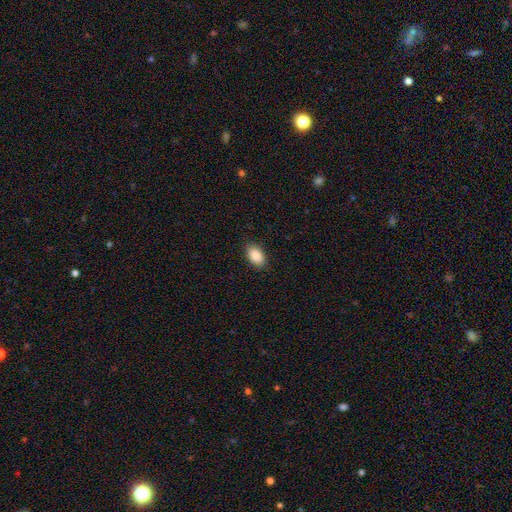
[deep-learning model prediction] Q: Smooth or featured?
A: smooth (89%); runner-up: star or artifact (7%)
Q: How rounded?
A: in between (90%); runner-up: round (9%)
Q: Merging?
A: none (87%); runner-up: minor disturbance (9%)